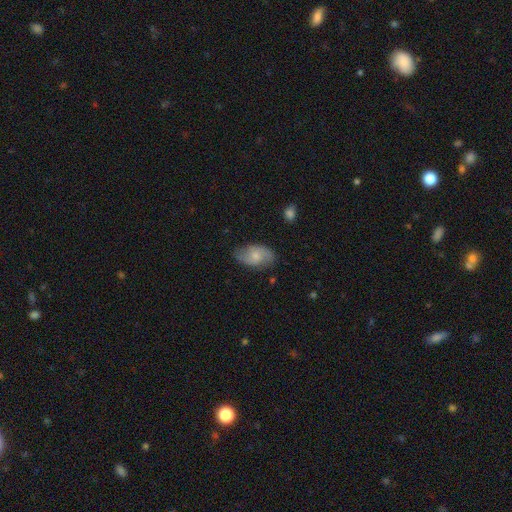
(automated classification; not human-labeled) smooth_or_featured: featured or disk (p=0.51) [alt: smooth p=0.43]
disk_edge_on: no (p=0.96) [alt: yes p=0.04]
merging: none (p=0.74) [alt: minor disturbance p=0.20]